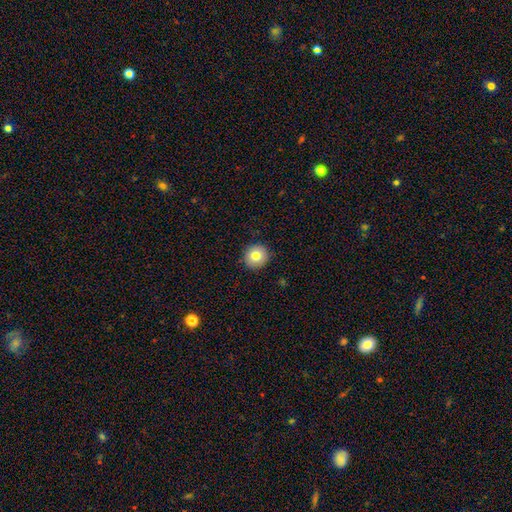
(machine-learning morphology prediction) smooth_or_featured: smooth (p=0.79) [alt: featured or disk p=0.11]
how_rounded: round (p=0.92) [alt: in between p=0.07]
merging: none (p=0.91) [alt: minor disturbance p=0.06]